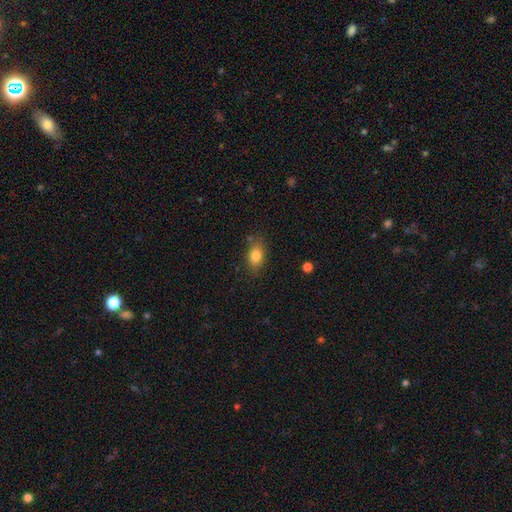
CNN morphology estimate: smooth 83%, star or artifact 9%, featured or disk 8%. Down the decision tree: how rounded — in between (81%); merging — none (76%).